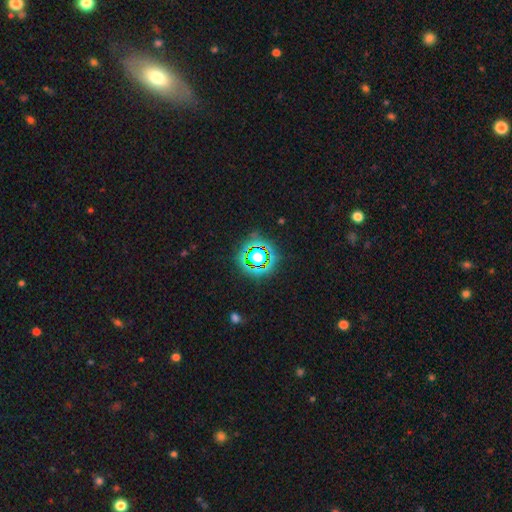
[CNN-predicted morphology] smooth_or_featured: star or artifact (p=0.73) [alt: smooth p=0.16]